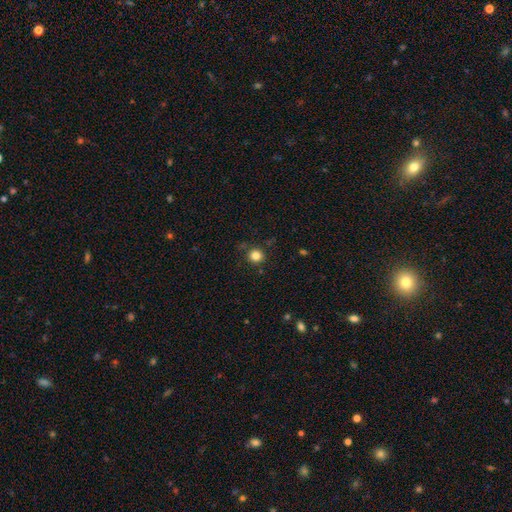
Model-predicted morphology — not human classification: smooth-or-featured: smooth: 83% | star or artifact: 12% | featured or disk: 5%
  how-rounded: round: 92% | in between: 7% | cigar-shaped: 1%
  merging: none: 87% | minor disturbance: 8% | merger: 3% | major disturbance: 2%